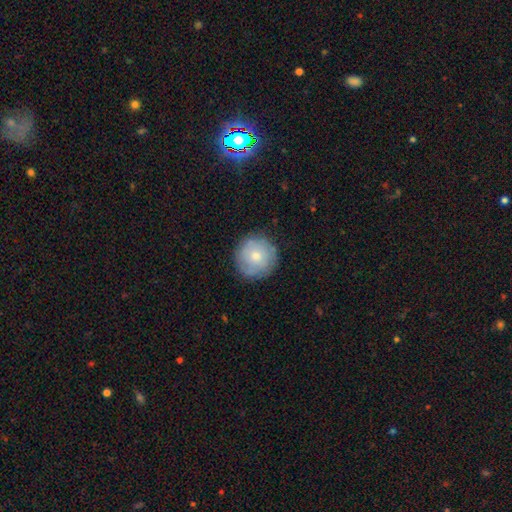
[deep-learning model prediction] Q: Smooth or featured?
A: smooth (64%); runner-up: featured or disk (29%)
Q: How rounded?
A: round (95%); runner-up: in between (4%)
Q: Merging?
A: none (84%); runner-up: minor disturbance (12%)